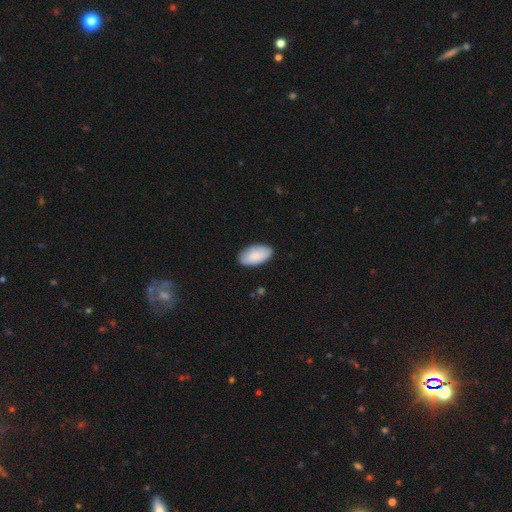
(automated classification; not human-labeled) smooth-or-featured: smooth: 86% | featured or disk: 9% | star or artifact: 6%
  how-rounded: in between: 96% | round: 2% | cigar-shaped: 2%
  merging: none: 84% | minor disturbance: 13% | major disturbance: 2% | merger: 1%